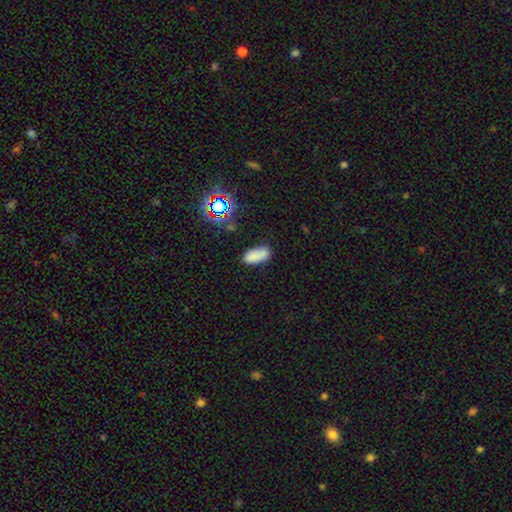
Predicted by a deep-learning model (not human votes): smooth 80%, star or artifact 13%, featured or disk 8%. Down the decision tree: how rounded — in between (88%); merging — none (69%).